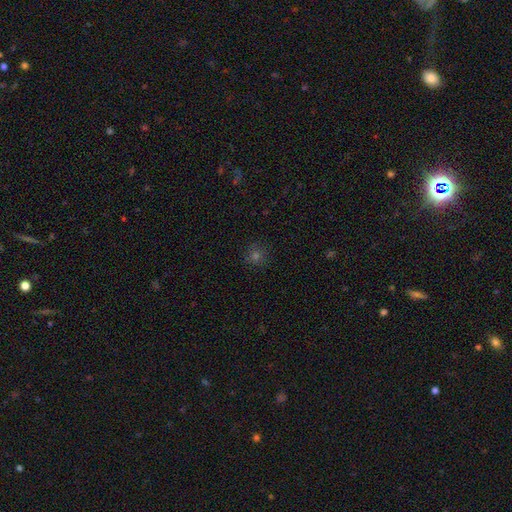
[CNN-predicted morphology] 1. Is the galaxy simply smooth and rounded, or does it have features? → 62% smooth, 29% star or artifact, 10% featured or disk.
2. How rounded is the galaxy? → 93% round, 6% in between, 1% cigar-shaped.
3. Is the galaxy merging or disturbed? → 89% none, 8% minor disturbance, 2% major disturbance, 1% merger.